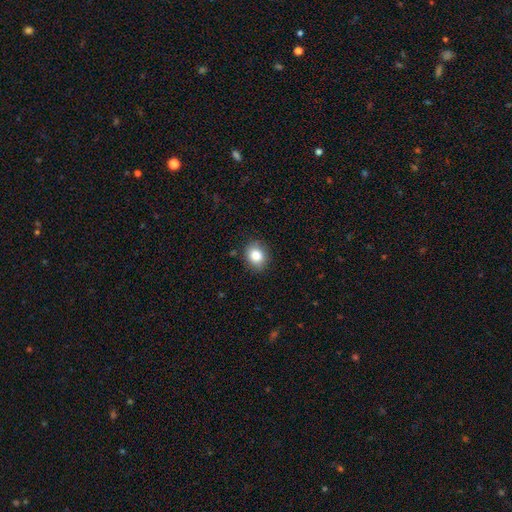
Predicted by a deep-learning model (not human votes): Smooth or featured? smooth (84%)
How rounded? round (56%)
Merging? none (84%)